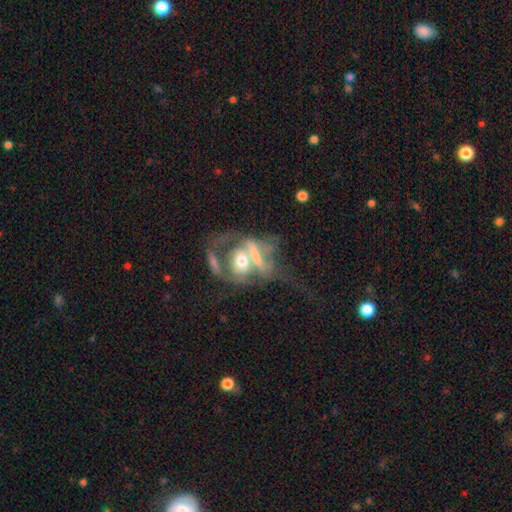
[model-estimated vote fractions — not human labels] A featured or disk galaxy (58%) with no bar (62%), no spiral arms (66%) and a moderate central bulge (56%).

Vote fractions:
- Smooth or featured? featured or disk: 58% / smooth: 33% / star or artifact: 10%
- Edge-on disk? no: 87% / yes: 13%
- Bar? no: 62% / weak: 20% / strong: 18%
- Spiral arms? no: 66% / yes: 34%
- Bulge size? moderate: 56% / large: 18% / small: 16% / none: 7% / dominant: 4%
- Merging? merger: 54% / major disturbance: 25% / none: 14% / minor disturbance: 8%